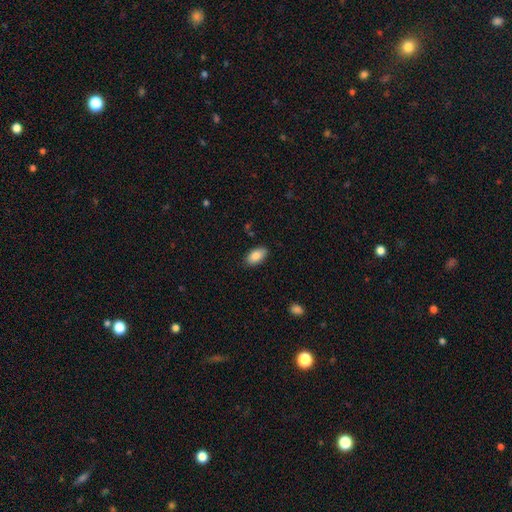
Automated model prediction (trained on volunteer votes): Smooth or featured?
  - smooth: 86% *
  - featured or disk: 7%
  - star or artifact: 7%
How rounded?
  - in between: 94% *
  - round: 3%
  - cigar-shaped: 3%
Merging?
  - none: 86% *
  - minor disturbance: 10%
  - major disturbance: 2%
  - merger: 1%